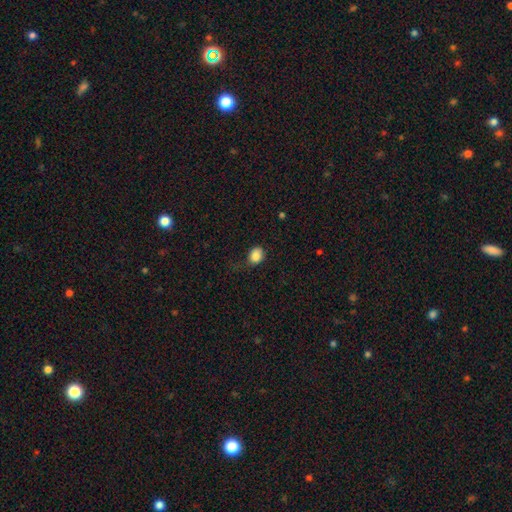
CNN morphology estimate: This appears to be a smooth galaxy with no disk features (85%) that is round (54%). Merging: none (54%).